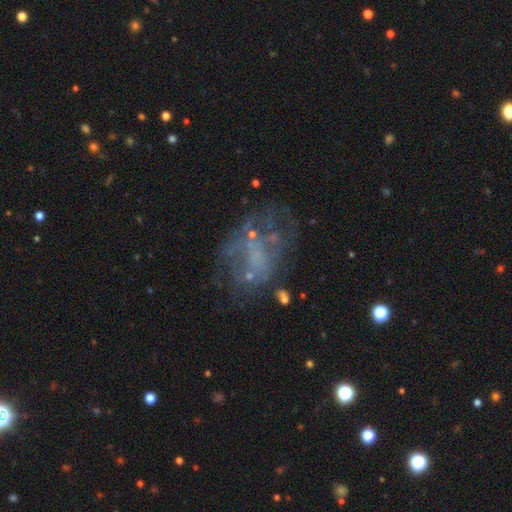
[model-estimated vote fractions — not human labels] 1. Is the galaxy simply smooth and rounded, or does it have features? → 55% featured or disk, 23% smooth, 22% star or artifact.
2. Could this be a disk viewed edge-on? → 97% no, 3% yes.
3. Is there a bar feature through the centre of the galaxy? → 86% no, 10% weak, 3% strong.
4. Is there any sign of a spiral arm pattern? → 84% no, 16% yes.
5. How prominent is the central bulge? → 74% none, 16% small, 7% moderate, 2% large, 1% dominant.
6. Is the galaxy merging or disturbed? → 47% none, 28% major disturbance, 18% minor disturbance, 7% merger.